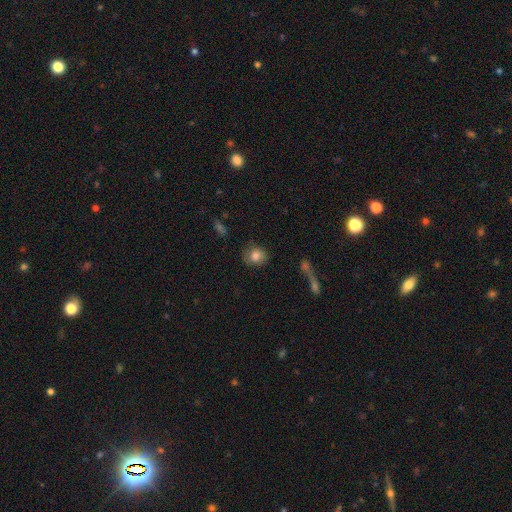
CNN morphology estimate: This appears to be a smooth galaxy with no disk features (78%) that is round (75%). Merging: none (77%).